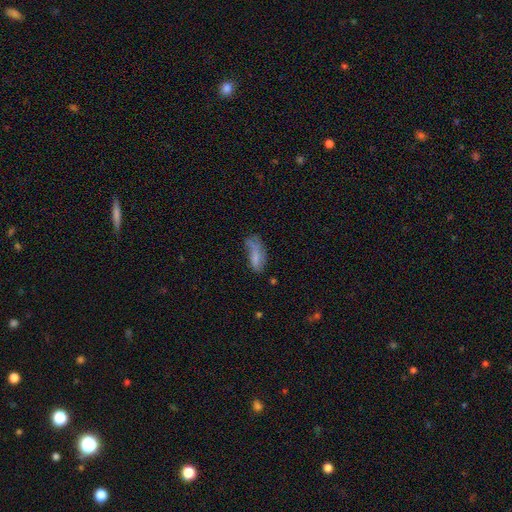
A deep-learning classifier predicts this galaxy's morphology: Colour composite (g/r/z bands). It shows a smooth galaxy with no disk features (65%) that is in between round and cigar-shaped (73%). Merging: none (33%).